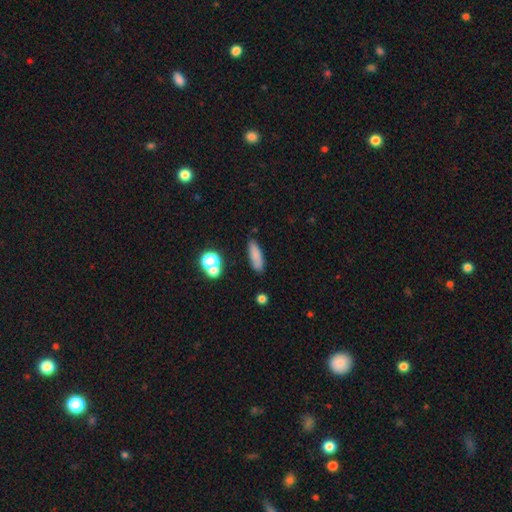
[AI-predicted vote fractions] smooth 80%, featured or disk 10%, star or artifact 10%. Down the decision tree: how rounded — cigar-shaped (52%); merging — none (83%).